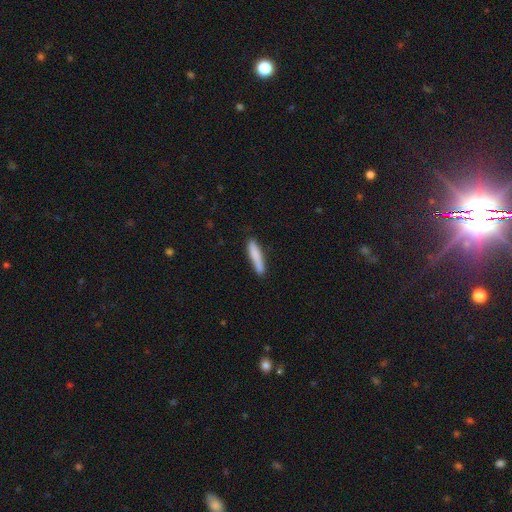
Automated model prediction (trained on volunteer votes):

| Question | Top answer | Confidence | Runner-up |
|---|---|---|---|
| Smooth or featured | smooth | 82% | featured or disk (12%) |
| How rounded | cigar-shaped | 89% | in between (9%) |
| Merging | none | 80% | minor disturbance (16%) |